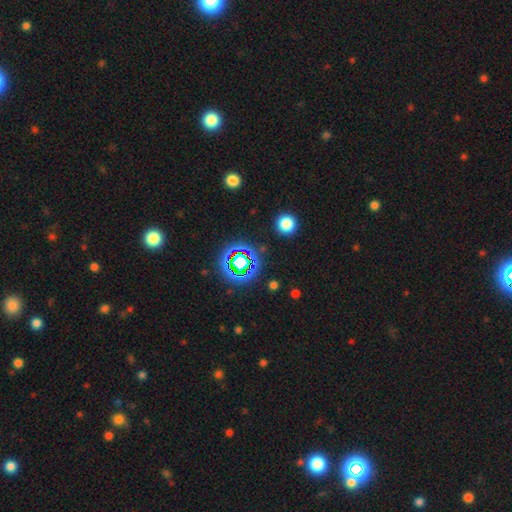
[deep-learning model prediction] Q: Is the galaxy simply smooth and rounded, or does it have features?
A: star or artifact — 64%.